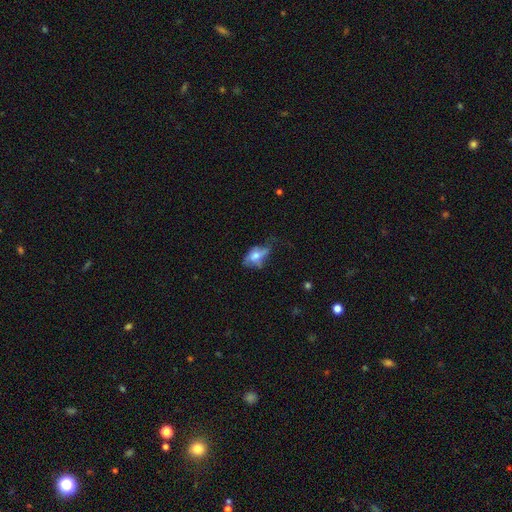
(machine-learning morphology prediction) smooth_or_featured: smooth (p=0.45) [alt: featured or disk p=0.44]
merging: none (p=0.36) [alt: major disturbance p=0.31]